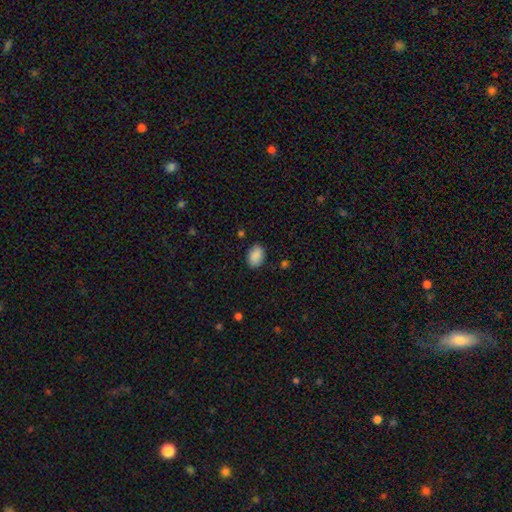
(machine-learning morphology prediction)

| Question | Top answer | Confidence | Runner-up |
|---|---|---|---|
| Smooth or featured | smooth | 89% | star or artifact (7%) |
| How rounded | in between | 85% | round (14%) |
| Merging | none | 85% | minor disturbance (11%) |